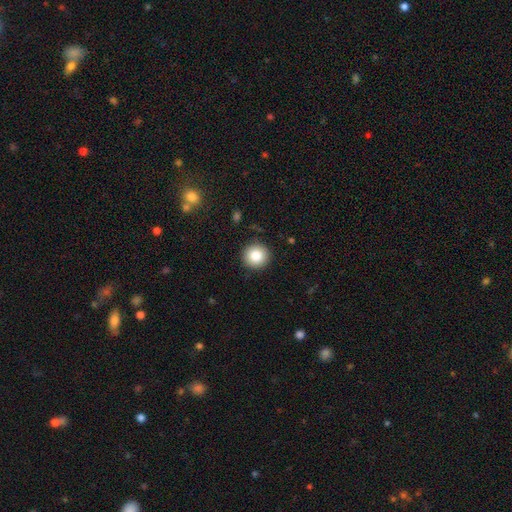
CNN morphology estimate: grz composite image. It shows a smooth galaxy with no disk features (83%) that is round (95%). Merging: none (91%).